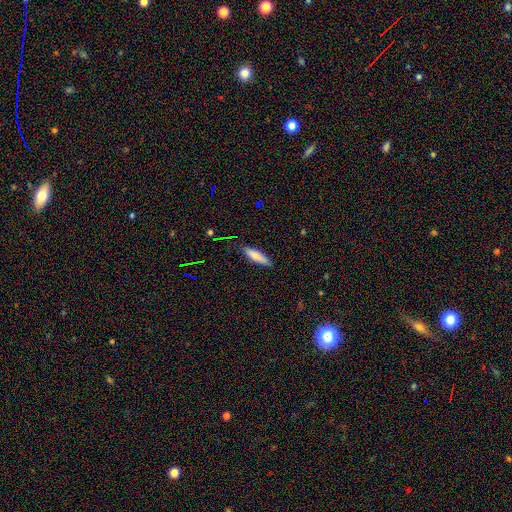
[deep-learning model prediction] Smooth or featured? smooth (76%)
How rounded? cigar-shaped (70%)
Merging? none (87%)